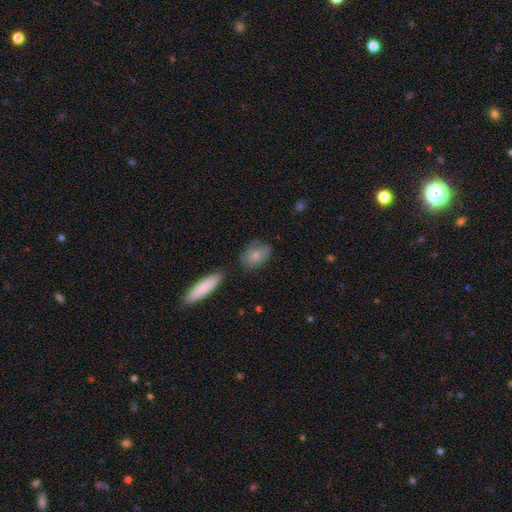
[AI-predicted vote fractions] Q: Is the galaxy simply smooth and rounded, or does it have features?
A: smooth — 76%.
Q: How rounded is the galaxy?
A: in between — 76%.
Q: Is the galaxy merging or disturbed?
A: none — 66%.